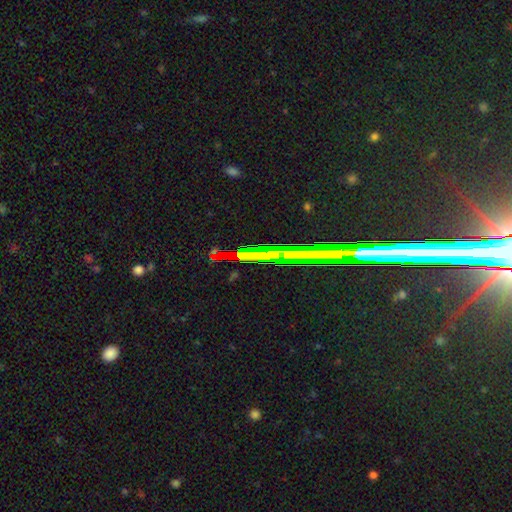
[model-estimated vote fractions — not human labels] Smooth or featured? Predicted: star or artifact (p=0.64).